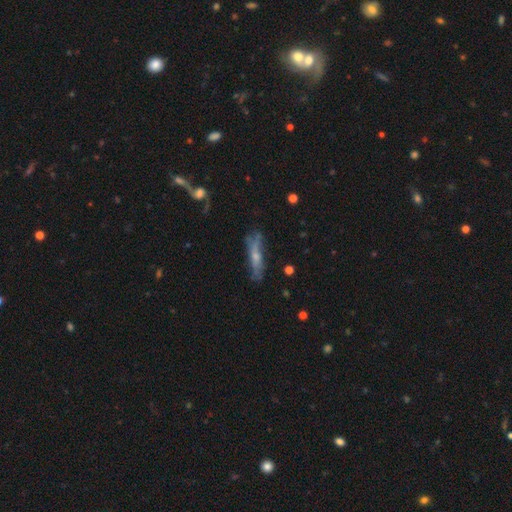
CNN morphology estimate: This appears to be a featured or disk galaxy (52%) viewed edge-on (69%). Merging: none (63%).